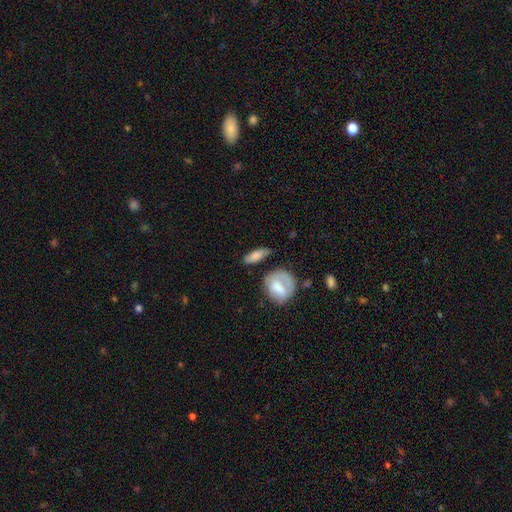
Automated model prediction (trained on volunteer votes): A smooth galaxy with no disk features (72%) that is in between round and cigar-shaped (60%).

Vote fractions:
- Smooth or featured? smooth: 72% / featured or disk: 21% / star or artifact: 7%
- How rounded? in between: 60% / cigar-shaped: 31% / round: 9%
- Merging? none: 65% / minor disturbance: 22% / major disturbance: 7% / merger: 6%